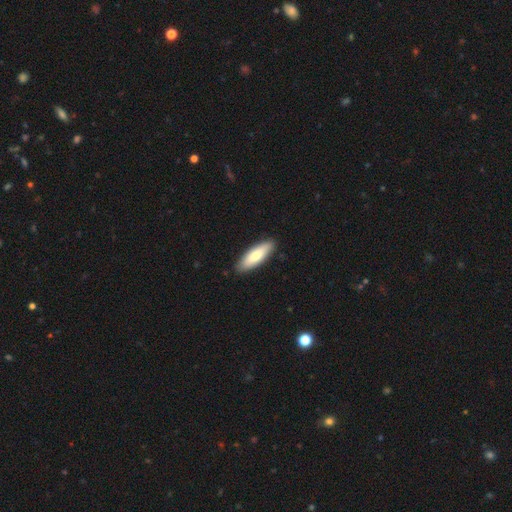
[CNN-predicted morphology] smooth 74%, featured or disk 21%, star or artifact 5%. Down the decision tree: how rounded — in between (56%); merging — none (88%).